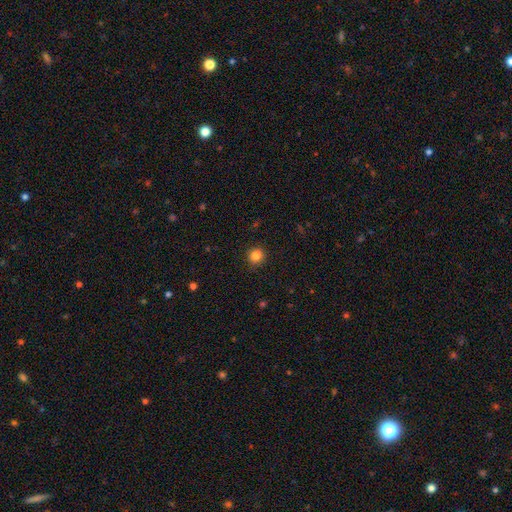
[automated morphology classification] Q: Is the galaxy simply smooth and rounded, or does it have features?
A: smooth — 85%.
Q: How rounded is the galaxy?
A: round — 89%.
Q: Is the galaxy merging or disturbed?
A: none — 89%.